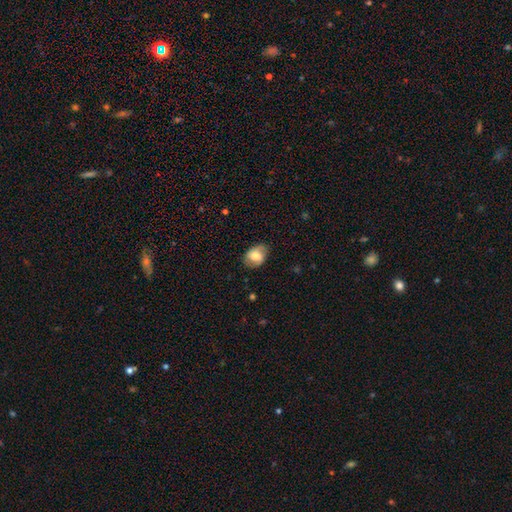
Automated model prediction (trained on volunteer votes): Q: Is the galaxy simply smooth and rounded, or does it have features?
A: smooth — 67%.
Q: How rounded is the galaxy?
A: in between — 70%.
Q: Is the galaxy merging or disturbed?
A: none — 71%.